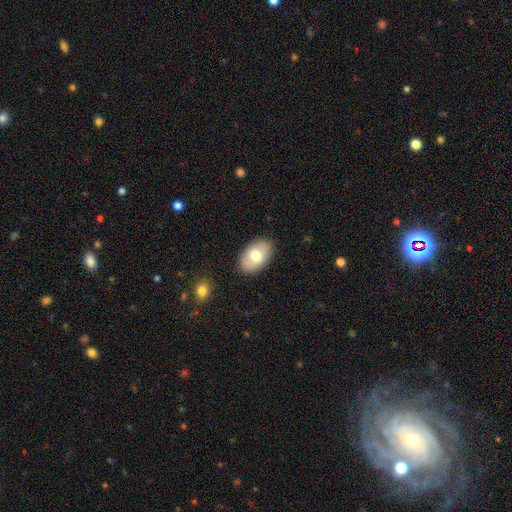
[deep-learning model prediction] Smooth or featured?
  - smooth: 73% *
  - featured or disk: 20%
  - star or artifact: 6%
How rounded?
  - in between: 91% *
  - round: 8%
  - cigar-shaped: 1%
Merging?
  - none: 87% *
  - minor disturbance: 9%
  - major disturbance: 2%
  - merger: 1%